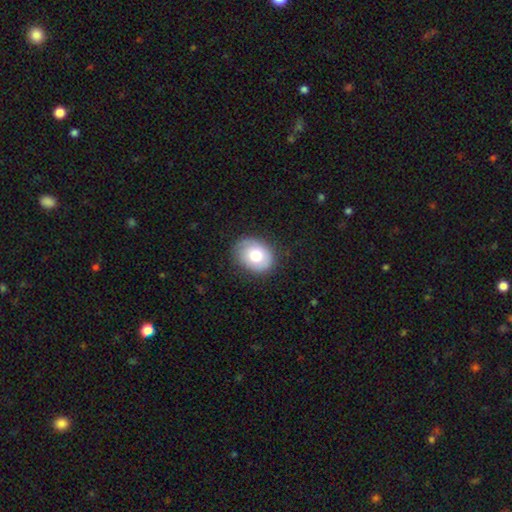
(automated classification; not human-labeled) The model was most divided on "how rounded": in between: 52%, round: 48%, cigar-shaped: 1%. More confident: merging — none (81%); smooth or featured — smooth (73%).